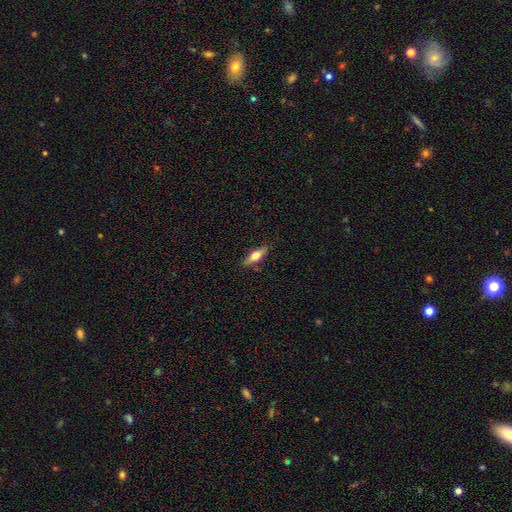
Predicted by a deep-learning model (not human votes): Overall: smooth (50%; featured or disk 43%). How rounded: cigar-shaped (50%; in between 47%). Merging: none (84%).